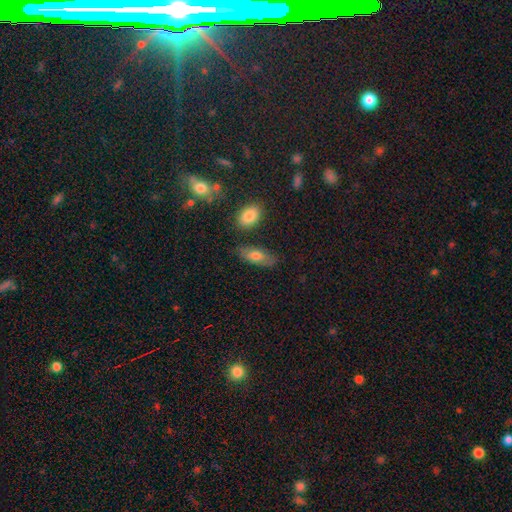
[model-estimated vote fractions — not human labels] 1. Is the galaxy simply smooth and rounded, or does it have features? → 71% smooth, 21% featured or disk, 7% star or artifact.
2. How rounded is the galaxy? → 82% in between, 15% cigar-shaped, 4% round.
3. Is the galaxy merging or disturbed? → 76% none, 15% minor disturbance, 5% merger, 4% major disturbance.